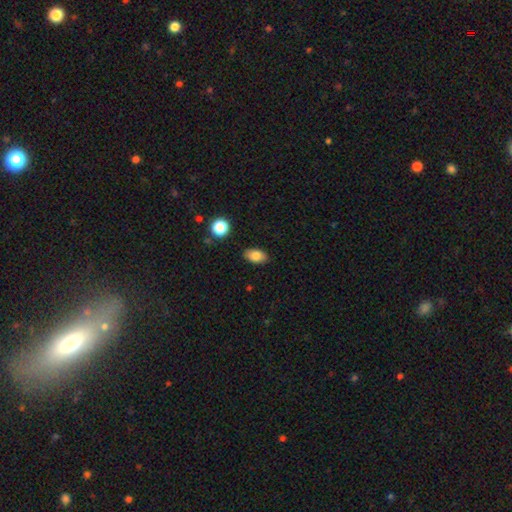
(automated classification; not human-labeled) Smooth or featured: smooth — 82% (featured or disk — 9%)
How rounded: in between — 90% (round — 8%)
Merging: none — 87% (minor disturbance — 9%)